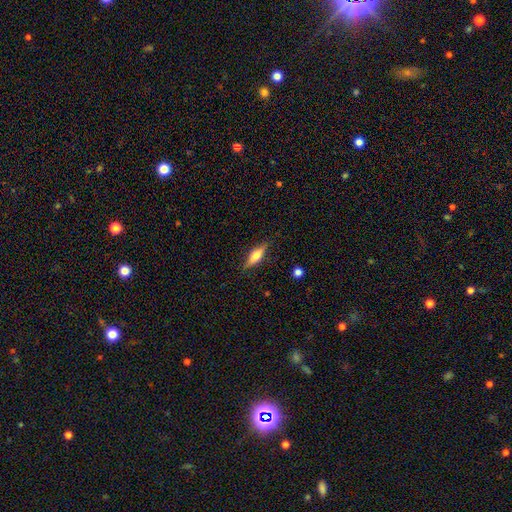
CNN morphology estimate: smooth_or_featured: smooth (p=0.50) [alt: featured or disk p=0.43]
how_rounded: cigar-shaped (p=0.49) [alt: in between p=0.48]
merging: none (p=0.83) [alt: minor disturbance p=0.13]